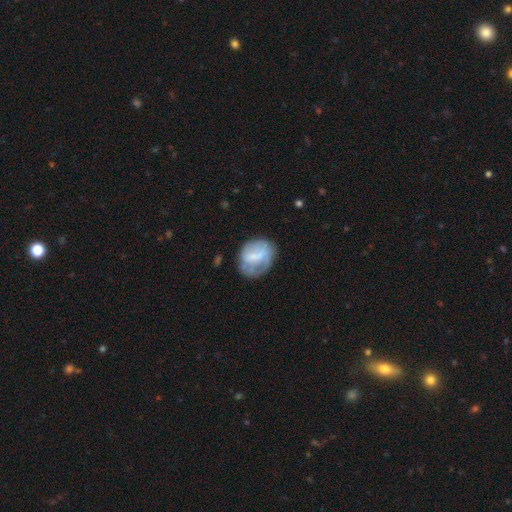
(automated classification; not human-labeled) Smooth or featured?
  - smooth: 49% *
  - featured or disk: 44%
  - star or artifact: 7%
Merging?
  - none: 58% *
  - minor disturbance: 26%
  - major disturbance: 14%
  - merger: 2%